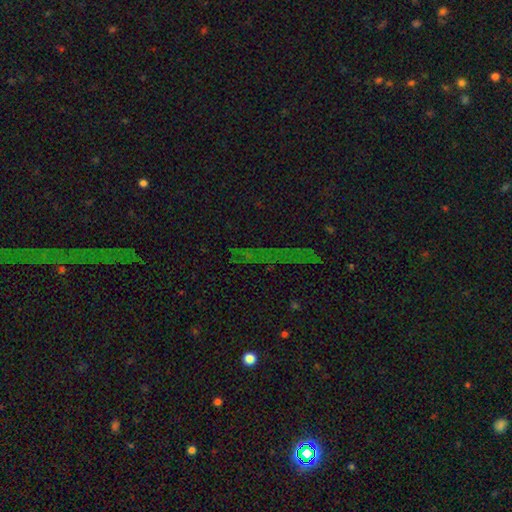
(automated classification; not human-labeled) star or artifact 71%, smooth 16%, featured or disk 12%.